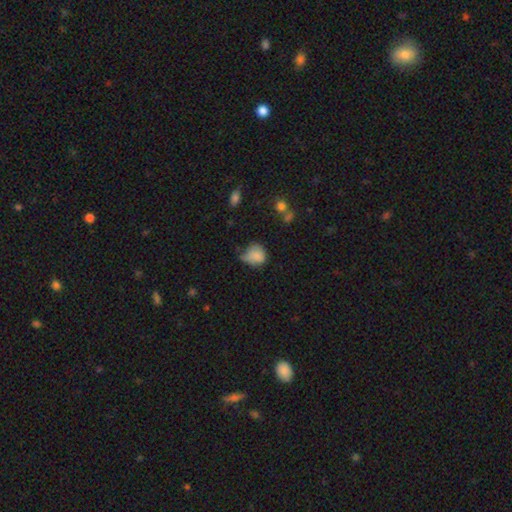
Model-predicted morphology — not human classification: smooth_or_featured: smooth (p=0.78) [alt: featured or disk p=0.12]
how_rounded: round (p=0.60) [alt: in between p=0.39]
merging: minor disturbance (p=0.44) [alt: none p=0.31]